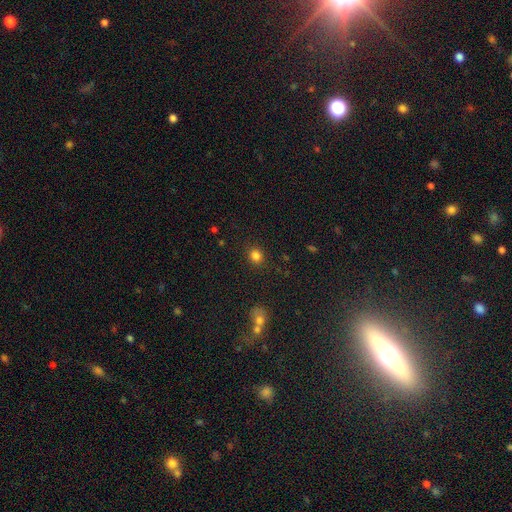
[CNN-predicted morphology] smooth_or_featured: smooth (p=0.83) [alt: star or artifact p=0.13]
how_rounded: round (p=0.79) [alt: in between p=0.20]
merging: none (p=0.88) [alt: minor disturbance p=0.07]